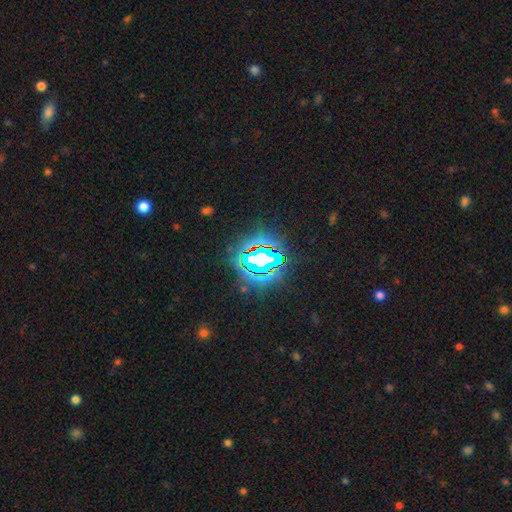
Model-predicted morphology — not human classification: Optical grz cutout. It shows a star or artifact, not a galaxy (77%).